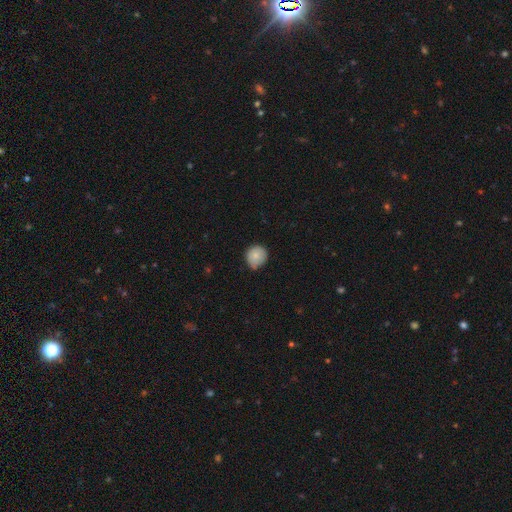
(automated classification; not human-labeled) Smooth or featured: smooth — 83% (featured or disk — 9%)
How rounded: round — 87% (in between — 12%)
Merging: none — 65% (minor disturbance — 30%)